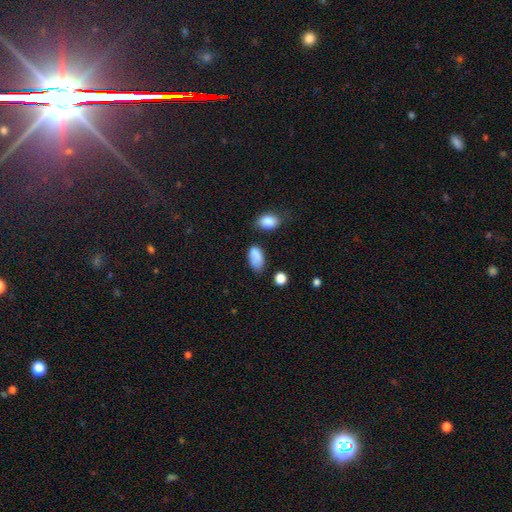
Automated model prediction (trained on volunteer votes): A smooth galaxy with no disk features (84%) that is in between round and cigar-shaped (92%).

Vote fractions:
- Smooth or featured? smooth: 84% / star or artifact: 10% / featured or disk: 6%
- How rounded? in between: 92% / round: 5% / cigar-shaped: 2%
- Merging? none: 56% / minor disturbance: 29% / major disturbance: 9% / merger: 7%